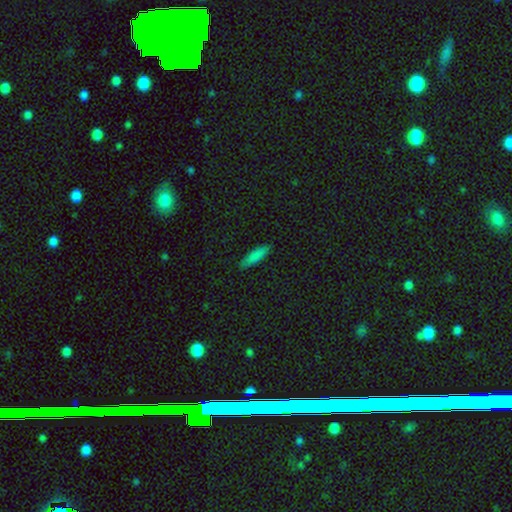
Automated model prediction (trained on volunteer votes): smooth-or-featured: smooth: 84% | star or artifact: 9% | featured or disk: 8%
  how-rounded: cigar-shaped: 61% | in between: 37% | round: 2%
  merging: none: 88% | minor disturbance: 9% | major disturbance: 2% | merger: 1%